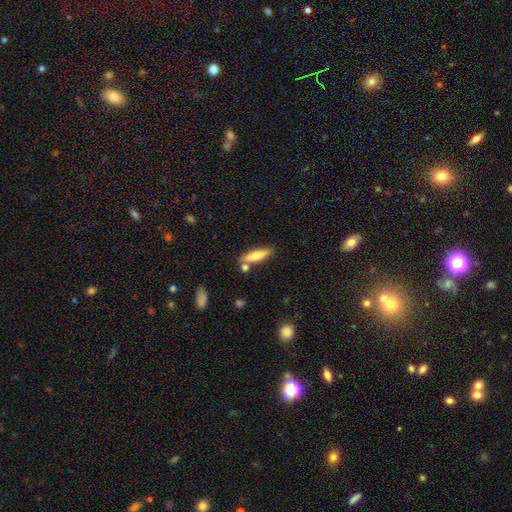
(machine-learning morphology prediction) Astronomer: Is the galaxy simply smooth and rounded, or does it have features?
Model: smooth — 66%.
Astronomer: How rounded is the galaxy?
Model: cigar-shaped — 70%.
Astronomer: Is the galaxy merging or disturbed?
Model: none — 75%.